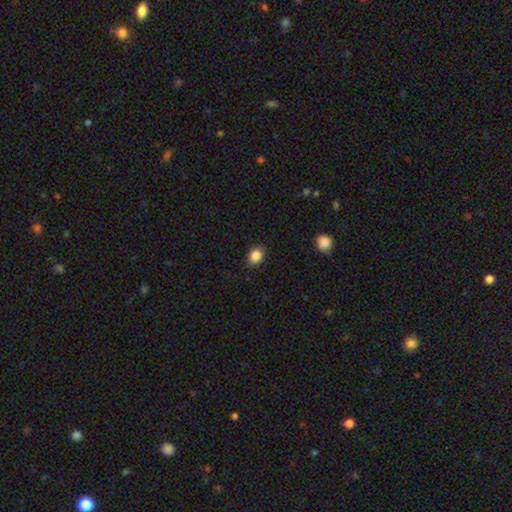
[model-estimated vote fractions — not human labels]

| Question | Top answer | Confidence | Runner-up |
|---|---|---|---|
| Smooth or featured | smooth | 87% | star or artifact (9%) |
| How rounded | in between | 55% | round (44%) |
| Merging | none | 86% | minor disturbance (11%) |